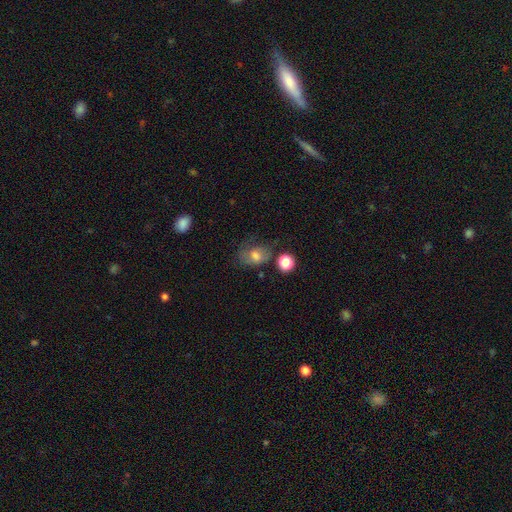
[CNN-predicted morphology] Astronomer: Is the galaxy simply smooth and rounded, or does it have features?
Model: smooth — 65%.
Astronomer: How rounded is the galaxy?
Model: in between — 63%.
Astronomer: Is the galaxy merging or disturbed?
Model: none — 45% (runner-up: minor disturbance, 26%).